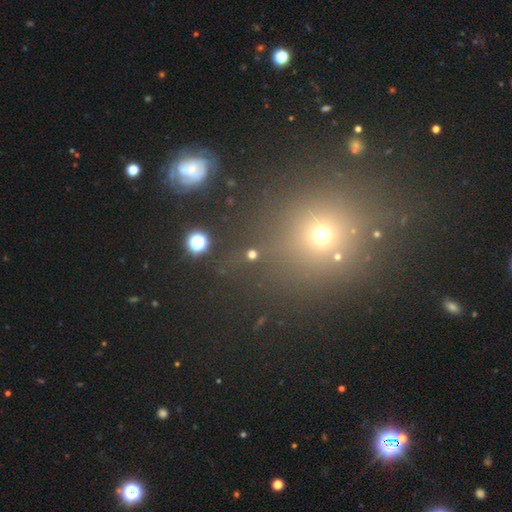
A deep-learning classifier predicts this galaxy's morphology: Smooth or featured: star or artifact — 47% (smooth — 44%)